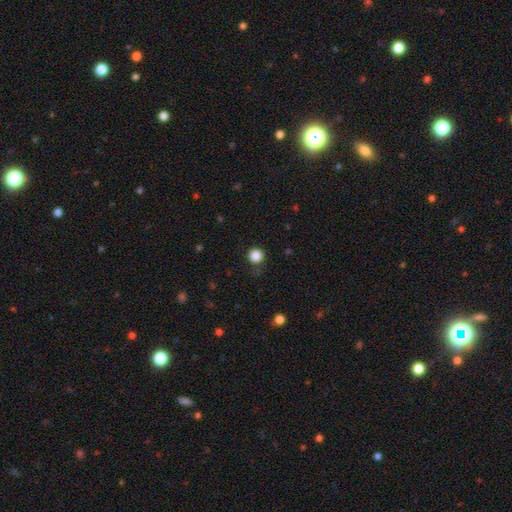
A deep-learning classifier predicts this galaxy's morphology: This is clearly a smooth galaxy (86%). How rounded: clearly round (94%). Merging: clearly none (83%).